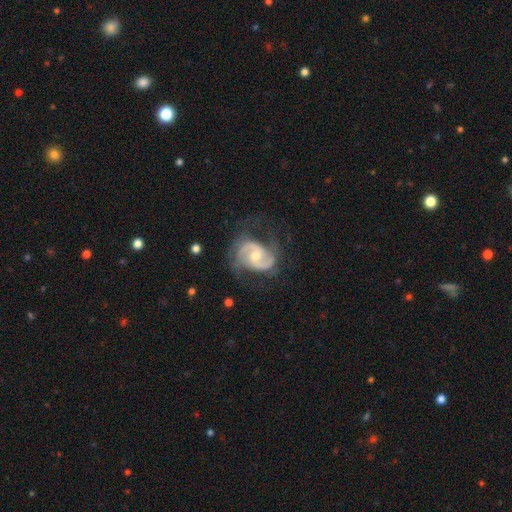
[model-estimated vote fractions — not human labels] This appears to be a featured or disk galaxy (90%) with no bar (47%), 2 (87%) medium (54%) spiral arms (97%) and a moderate central bulge (55%). Merging: none (62%).